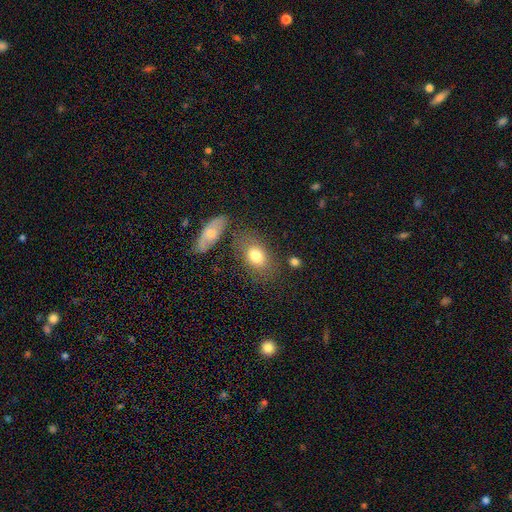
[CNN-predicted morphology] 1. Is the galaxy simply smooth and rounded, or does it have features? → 76% smooth, 15% featured or disk, 9% star or artifact.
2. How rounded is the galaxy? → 81% in between, 17% round, 3% cigar-shaped.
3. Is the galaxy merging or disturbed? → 66% none, 16% minor disturbance, 11% merger, 6% major disturbance.